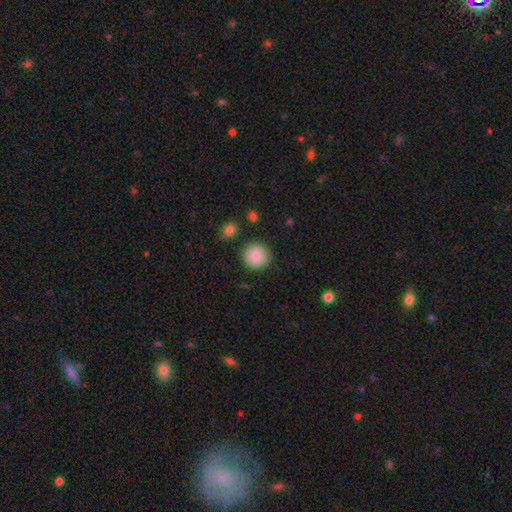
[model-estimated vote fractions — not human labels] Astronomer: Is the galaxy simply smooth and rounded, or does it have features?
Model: smooth — 89%.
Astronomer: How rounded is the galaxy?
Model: round — 94%.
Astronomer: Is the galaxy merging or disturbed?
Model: none — 88%.